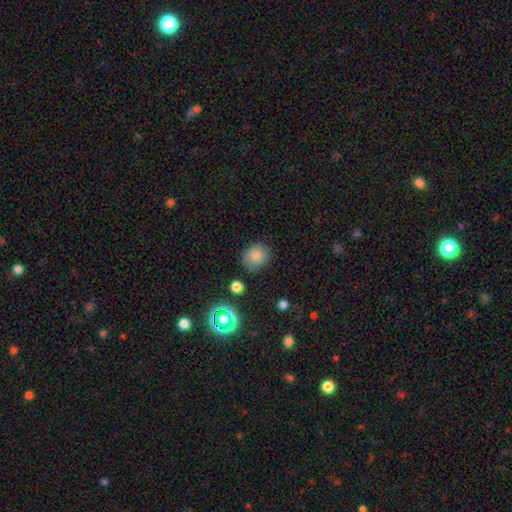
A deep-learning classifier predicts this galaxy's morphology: smooth-or-featured: smooth: 82% | star or artifact: 12% | featured or disk: 6%
  how-rounded: round: 72% | in between: 27% | cigar-shaped: 1%
  merging: none: 81% | minor disturbance: 13% | major disturbance: 3% | merger: 2%